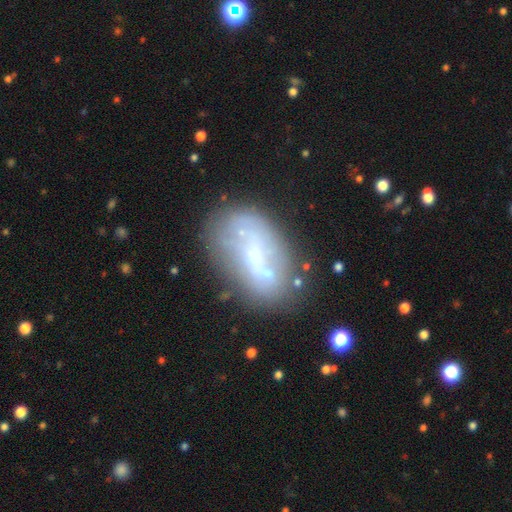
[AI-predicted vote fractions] A featured or disk galaxy (50%).

Vote fractions:
- Smooth or featured? featured or disk: 50% / smooth: 38% / star or artifact: 12%
- Edge-on disk? no: 94% / yes: 6%
- Merging? none: 47% / minor disturbance: 22% / major disturbance: 17% / merger: 13%